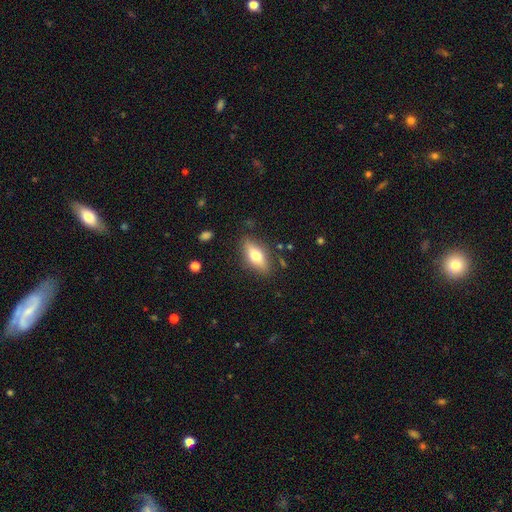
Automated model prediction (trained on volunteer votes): Smooth or featured? Predicted: smooth (p=0.58). How rounded? Predicted: in between (p=0.70). Merging? Predicted: none (p=0.83).